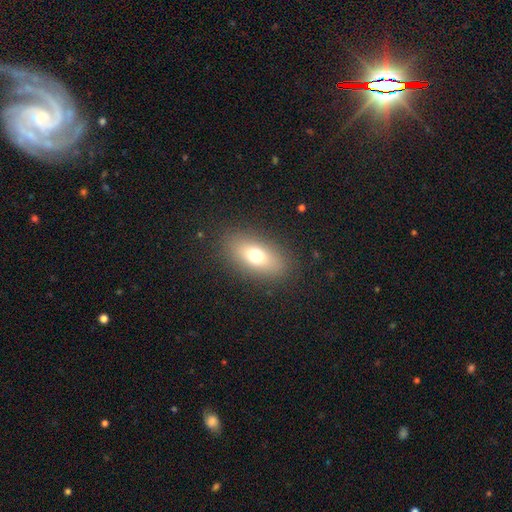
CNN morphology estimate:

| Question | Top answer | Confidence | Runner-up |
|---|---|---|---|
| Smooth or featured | smooth | 71% | featured or disk (19%) |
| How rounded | in between | 83% | round (9%) |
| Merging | none | 86% | minor disturbance (9%) |